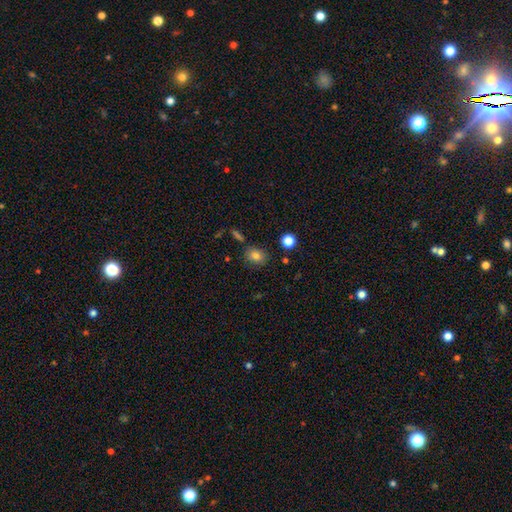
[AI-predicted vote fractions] This is clearly a smooth galaxy (80%). How rounded: possibly round (55%). Merging: likely none (79%).